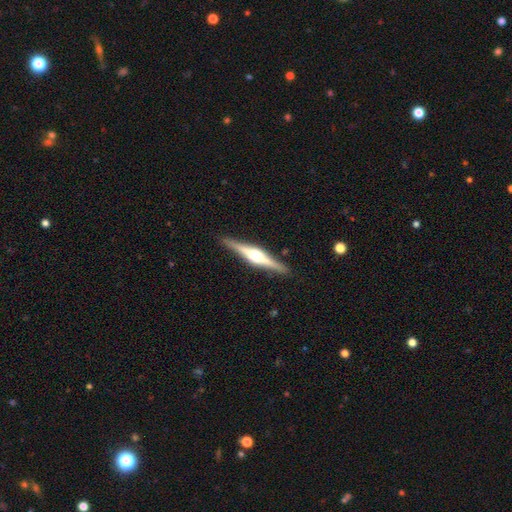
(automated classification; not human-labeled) Smooth or featured?
  - featured or disk: 79% *
  - smooth: 16%
  - star or artifact: 5%
Edge-on disk?
  - yes: 98% *
  - no: 2%
Edge-on bulge?
  - rounded: 92% *
  - boxy: 6%
  - none: 2%
Merging?
  - none: 90% *
  - minor disturbance: 7%
  - major disturbance: 1%
  - merger: 1%